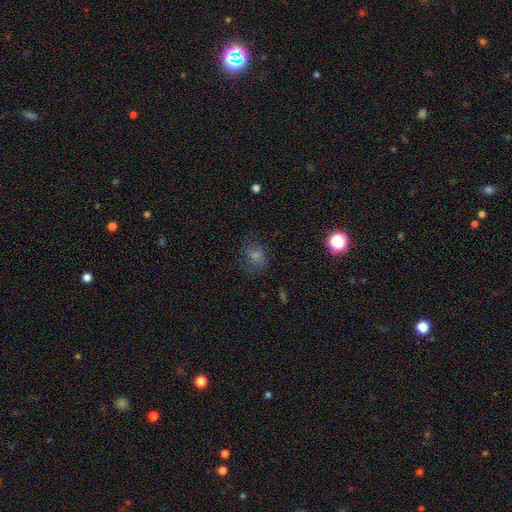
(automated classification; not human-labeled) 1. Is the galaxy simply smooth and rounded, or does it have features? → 42% smooth, 30% featured or disk, 29% star or artifact.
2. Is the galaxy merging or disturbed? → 71% none, 18% minor disturbance, 9% major disturbance, 2% merger.